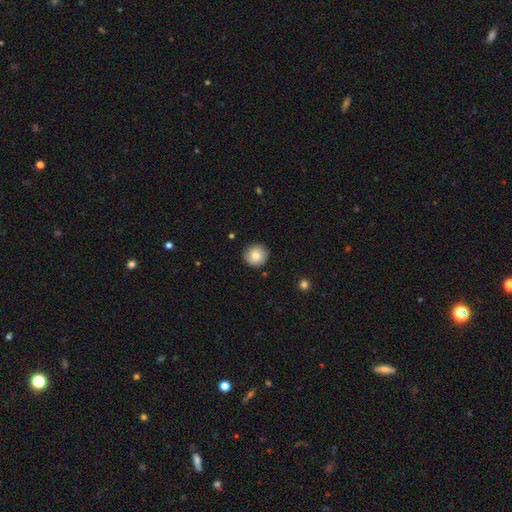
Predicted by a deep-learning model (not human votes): smooth_or_featured: smooth (p=0.80) [alt: featured or disk p=0.12]
how_rounded: round (p=0.92) [alt: in between p=0.07]
merging: none (p=0.88) [alt: minor disturbance p=0.09]